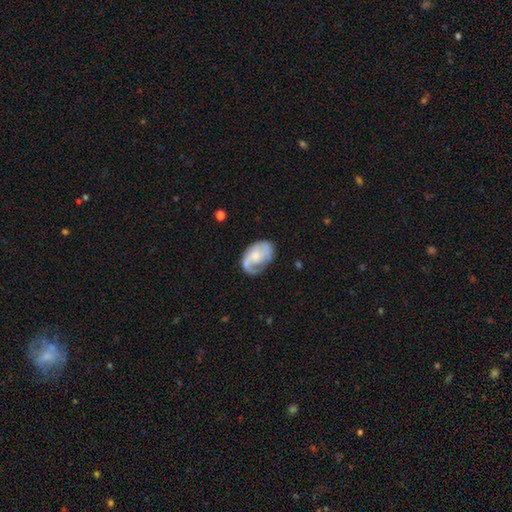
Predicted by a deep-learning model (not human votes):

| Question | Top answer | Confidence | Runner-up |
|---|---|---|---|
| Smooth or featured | featured or disk | 65% | smooth (29%) |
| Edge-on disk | no | 97% | yes (3%) |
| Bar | no | 65% | weak (30%) |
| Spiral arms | yes | 85% | no (15%) |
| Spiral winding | medium | 41% | loose (30%) |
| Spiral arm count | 2 | 47% | 1 (36%) |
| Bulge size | small | 34% | tied: moderate (34%) |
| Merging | none | 55% | minor disturbance (25%) |